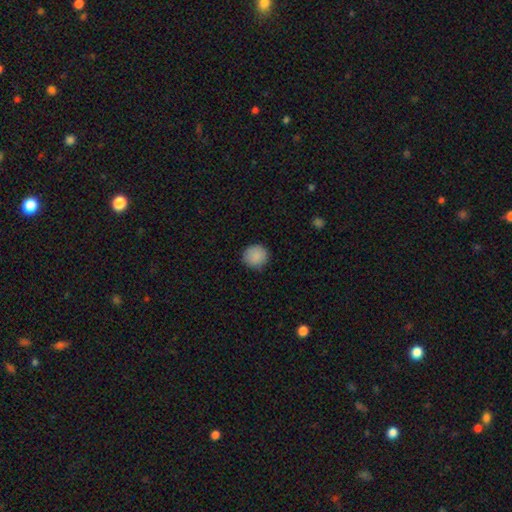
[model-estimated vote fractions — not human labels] Morphology: type=smooth (89%); roundness=round (92%); merging=none (88%).